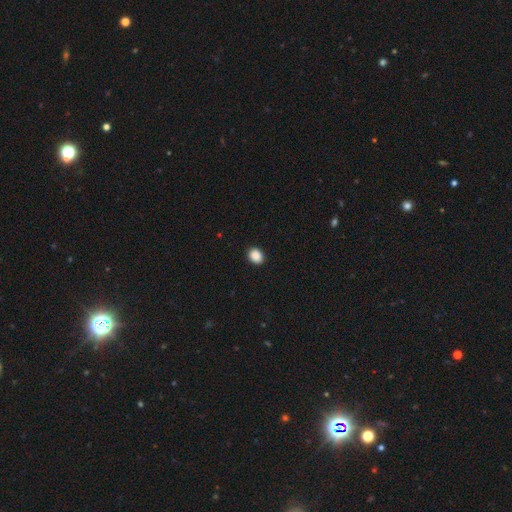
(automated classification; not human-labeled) Smooth or featured?
  - smooth: 89% *
  - star or artifact: 8%
  - featured or disk: 2%
How rounded?
  - in between: 51% *
  - round: 48%
  - cigar-shaped: 1%
Merging?
  - none: 91% *
  - minor disturbance: 6%
  - major disturbance: 2%
  - merger: 1%